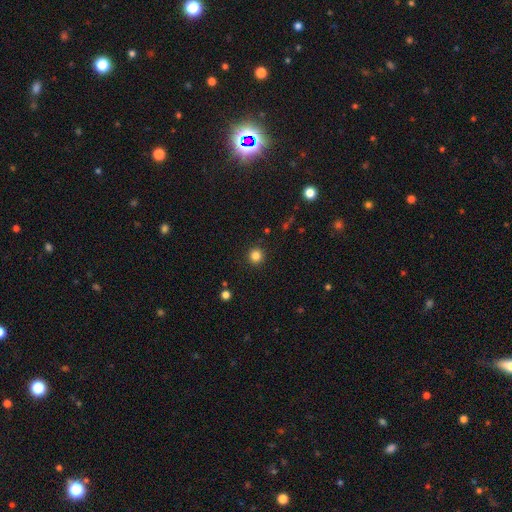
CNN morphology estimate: smooth-or-featured: smooth: 83% | star or artifact: 12% | featured or disk: 4%
  how-rounded: round: 94% | in between: 5% | cigar-shaped: 1%
  merging: none: 91% | minor disturbance: 6% | major disturbance: 2% | merger: 1%